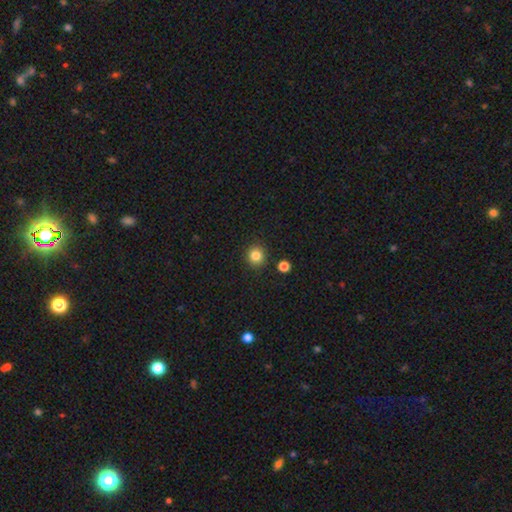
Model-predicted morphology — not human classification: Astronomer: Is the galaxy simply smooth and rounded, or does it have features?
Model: smooth — 84%.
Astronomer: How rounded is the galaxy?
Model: round — 90%.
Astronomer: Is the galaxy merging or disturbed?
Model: none — 89%.